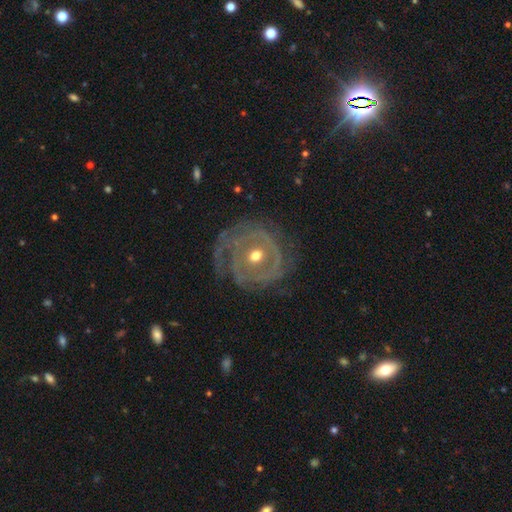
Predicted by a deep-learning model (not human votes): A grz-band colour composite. It shows a featured or disk galaxy (77%) with no bar (76%), tight (64%) spiral arms (68%) and a moderate central bulge (66%). Merging: none (60%).